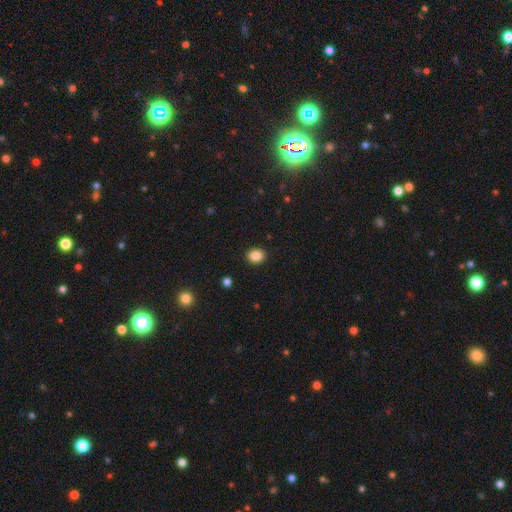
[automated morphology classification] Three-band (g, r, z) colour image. It shows a smooth galaxy with no disk features (87%) that is round (62%). Merging: none (91%).